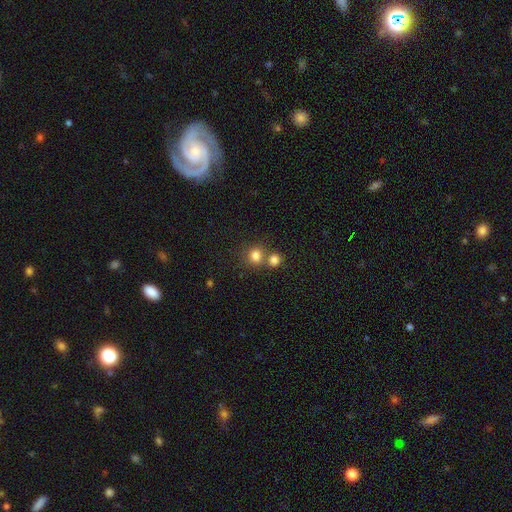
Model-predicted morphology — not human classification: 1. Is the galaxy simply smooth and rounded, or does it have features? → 81% smooth, 12% star or artifact, 7% featured or disk.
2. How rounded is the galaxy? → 77% round, 22% in between, 1% cigar-shaped.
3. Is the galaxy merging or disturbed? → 52% none, 36% merger, 8% minor disturbance, 4% major disturbance.